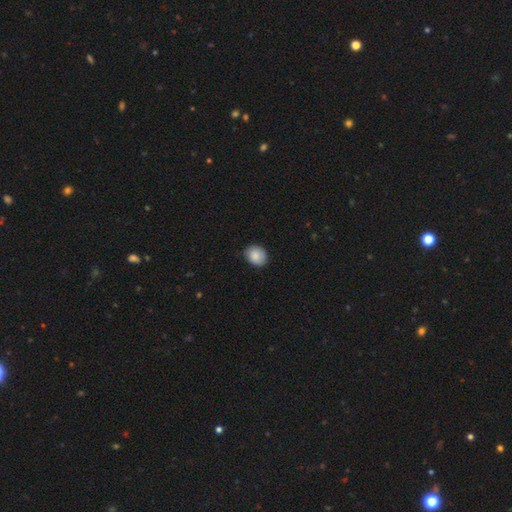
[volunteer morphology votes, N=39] Smooth or featured? 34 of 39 (87%) said smooth. How rounded? 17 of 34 (50%, tied with in between) said round. Merging? 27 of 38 (71%) said none.